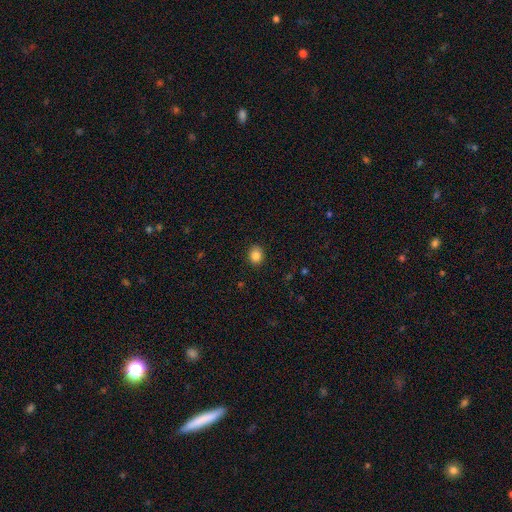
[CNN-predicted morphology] Q: Smooth or featured?
A: smooth (85%); runner-up: star or artifact (10%)
Q: How rounded?
A: round (66%); runner-up: in between (33%)
Q: Merging?
A: none (90%); runner-up: minor disturbance (7%)